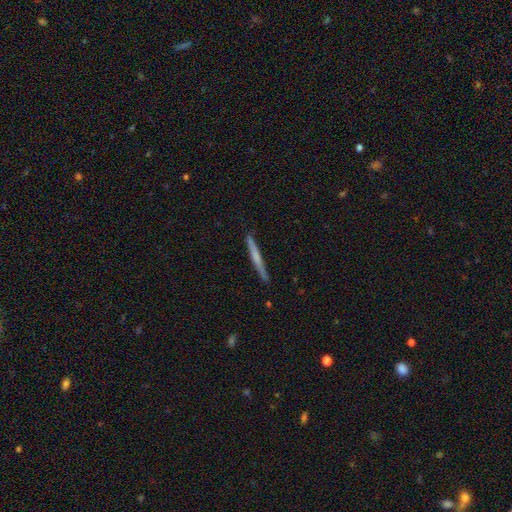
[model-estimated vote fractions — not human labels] Morphology: type=featured or disk (49%); merging=none (90%).